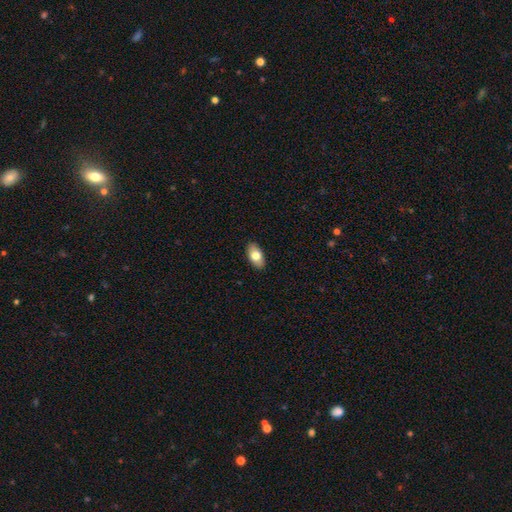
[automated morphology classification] Smooth or featured? smooth (75%)
How rounded? in between (93%)
Merging? none (89%)